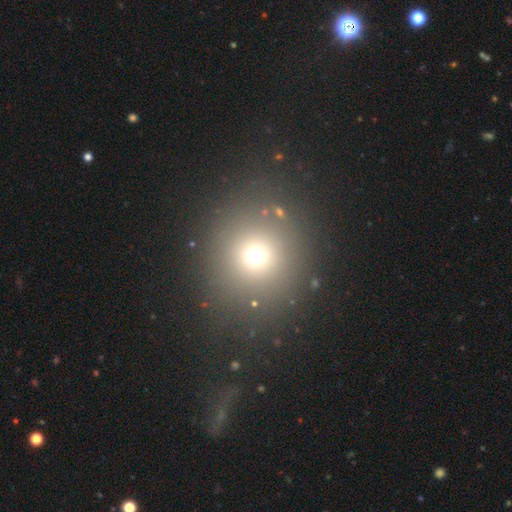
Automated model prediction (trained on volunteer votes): Smooth or featured: smooth — 68% (star or artifact — 22%)
How rounded: round — 91% (in between — 8%)
Merging: none — 85% (minor disturbance — 7%)